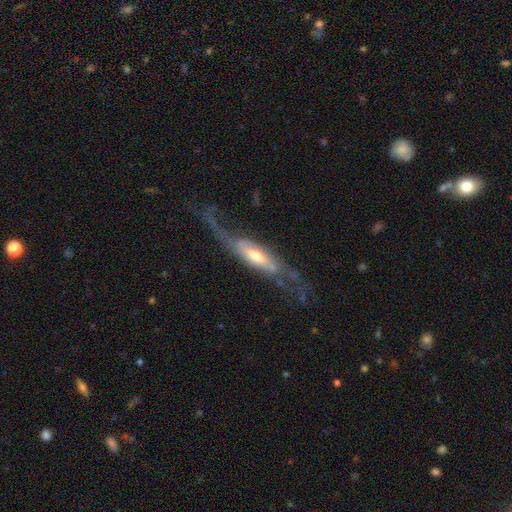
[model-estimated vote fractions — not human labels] Morphology: type=featured or disk (75%); edge-on=no (61%); merging=none (44%).